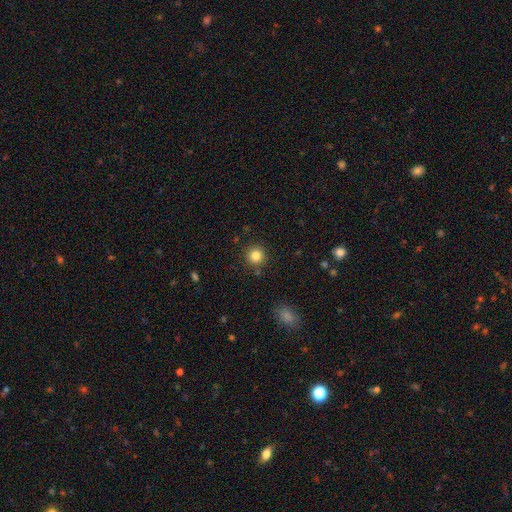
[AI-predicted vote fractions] Q: Smooth or featured?
A: smooth (84%); runner-up: star or artifact (11%)
Q: How rounded?
A: round (94%); runner-up: in between (5%)
Q: Merging?
A: none (88%); runner-up: minor disturbance (7%)